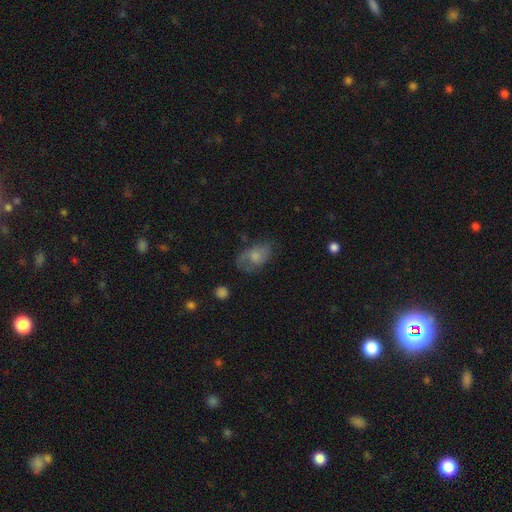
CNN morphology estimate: Q: Smooth or featured?
A: smooth (58%); runner-up: featured or disk (33%)
Q: How rounded?
A: in between (86%); runner-up: round (12%)
Q: Merging?
A: none (51%); runner-up: minor disturbance (29%)